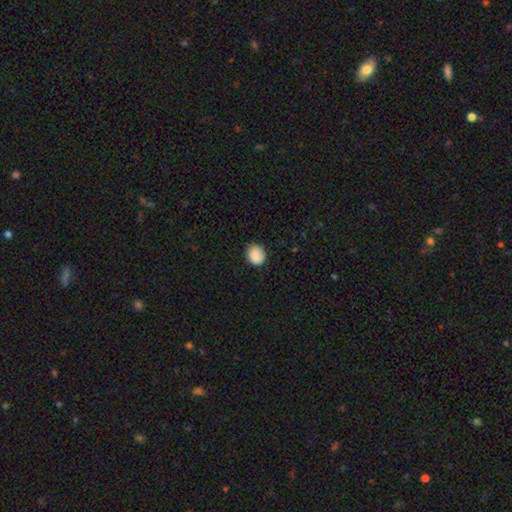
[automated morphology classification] Smooth or featured? Predicted: smooth (p=0.87). How rounded? Predicted: round (p=0.68). Merging? Predicted: none (p=0.80).